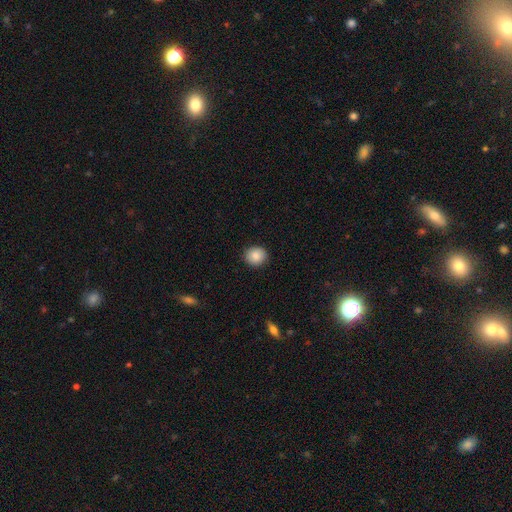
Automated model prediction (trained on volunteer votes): Overall: smooth (87%). How rounded: round (82%). Merging: none (90%).